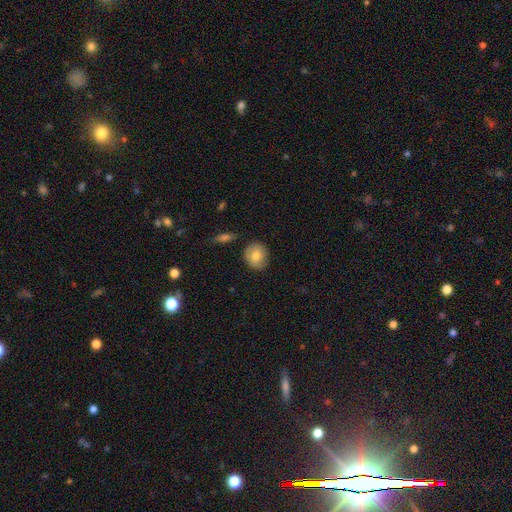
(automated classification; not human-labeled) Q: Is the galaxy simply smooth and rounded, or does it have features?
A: smooth — 78%.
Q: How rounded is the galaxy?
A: round — 70%.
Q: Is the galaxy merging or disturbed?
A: none — 83%.